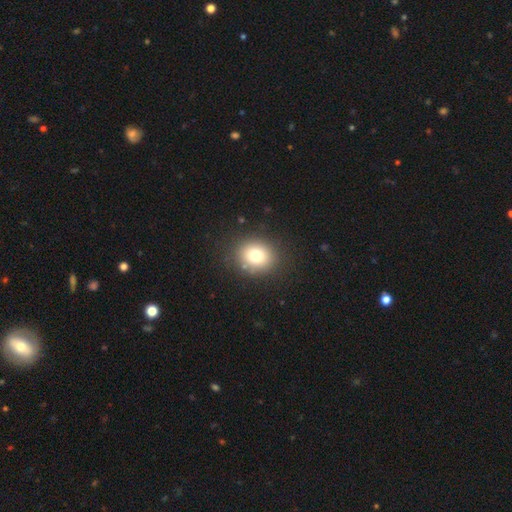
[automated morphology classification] Overall: smooth (77%). How rounded: round (69%; in between 30%). Merging: none (87%).